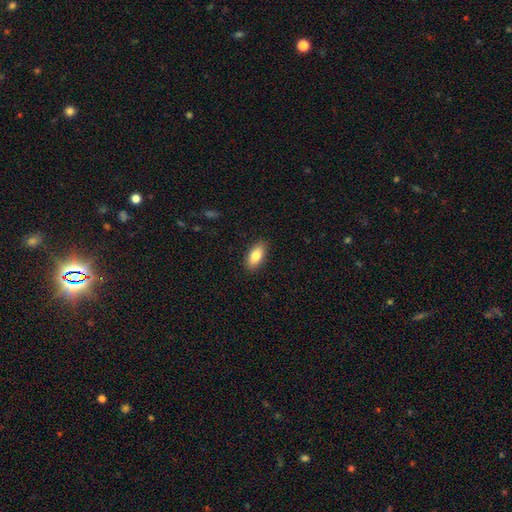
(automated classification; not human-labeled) Q: Smooth or featured?
A: smooth (83%); runner-up: featured or disk (10%)
Q: How rounded?
A: in between (89%); runner-up: cigar-shaped (8%)
Q: Merging?
A: none (89%); runner-up: minor disturbance (8%)